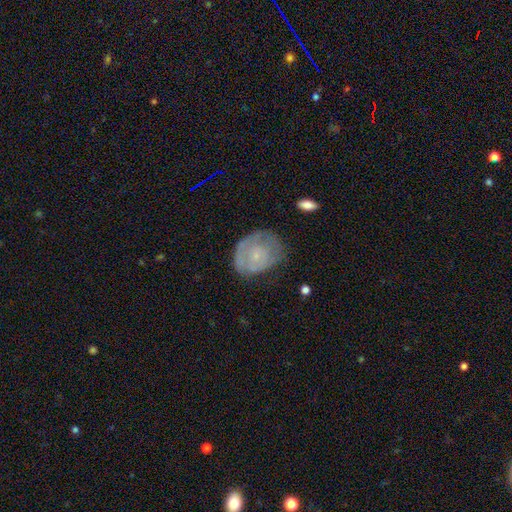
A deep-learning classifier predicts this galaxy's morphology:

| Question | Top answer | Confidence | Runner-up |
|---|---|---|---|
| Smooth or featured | smooth | 46% | tied: featured or disk (46%) |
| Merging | none | 56% | minor disturbance (27%) |